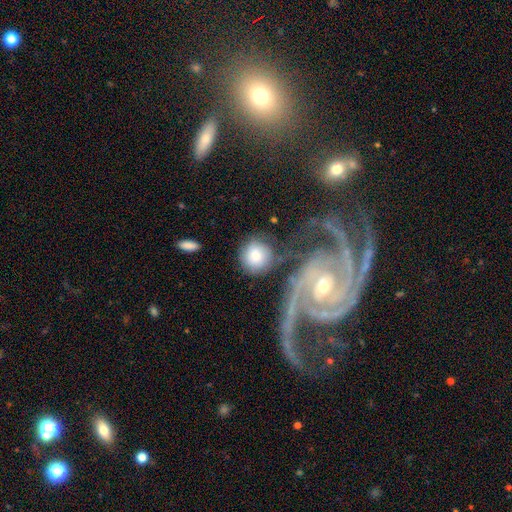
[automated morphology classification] Smooth or featured: smooth — 75% (featured or disk — 18%)
How rounded: round — 88% (in between — 10%)
Merging: none — 60% (merger — 16%)